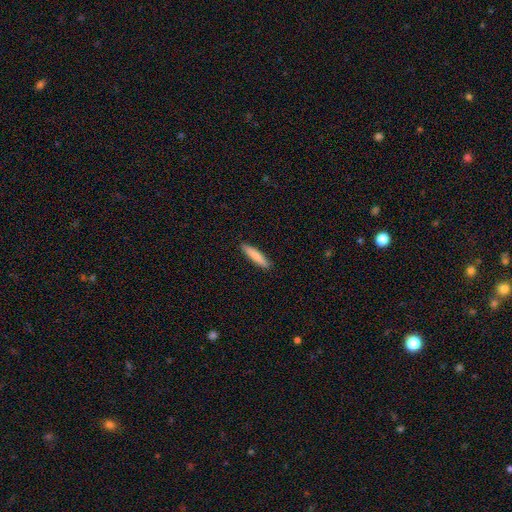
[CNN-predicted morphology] A smooth galaxy with no disk features (83%) that is cigar-shaped (88%).

Vote fractions:
- Smooth or featured? smooth: 83% / featured or disk: 11% / star or artifact: 5%
- How rounded? cigar-shaped: 88% / in between: 11% / round: 1%
- Merging? none: 91% / minor disturbance: 6% / major disturbance: 1% / merger: 1%